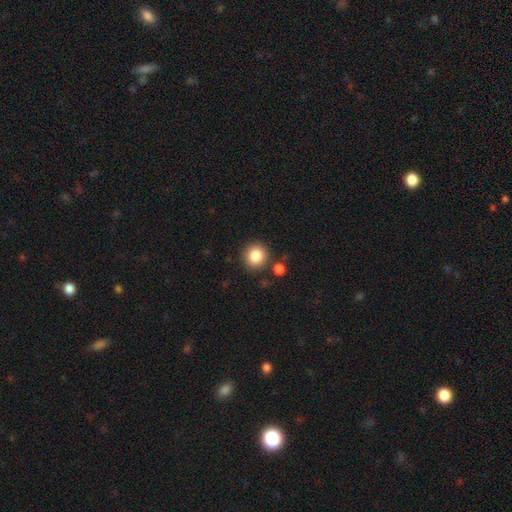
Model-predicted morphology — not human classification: smooth-or-featured: smooth: 85% | star or artifact: 10% | featured or disk: 5%
  how-rounded: round: 90% | in between: 9% | cigar-shaped: 1%
  merging: none: 85% | minor disturbance: 8% | merger: 5% | major disturbance: 2%